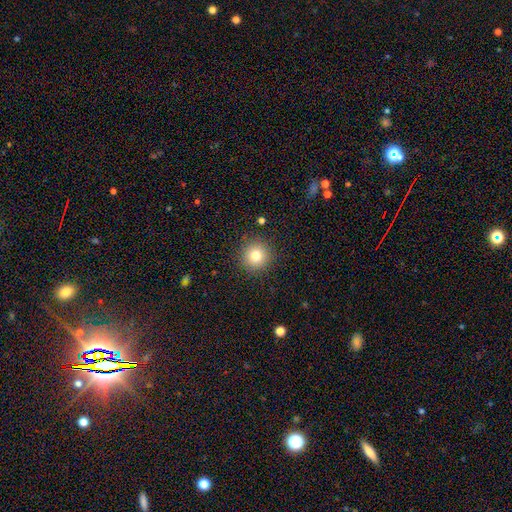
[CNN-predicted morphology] smooth 78%, star or artifact 13%, featured or disk 9%. Down the decision tree: how rounded — round (95%); merging — none (91%).